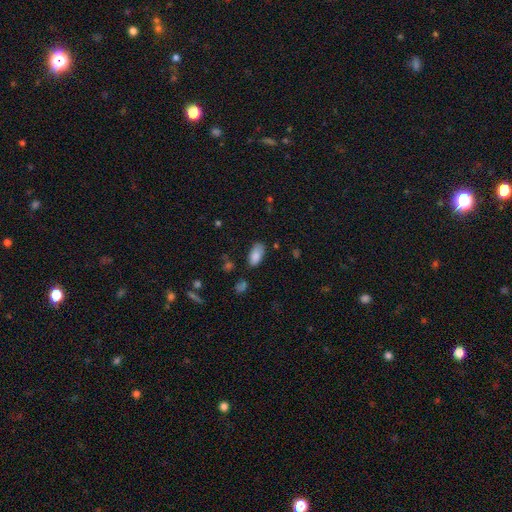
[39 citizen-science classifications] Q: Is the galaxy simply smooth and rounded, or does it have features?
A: smooth — 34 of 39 (87%).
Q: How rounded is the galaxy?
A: in between — 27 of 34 (79%).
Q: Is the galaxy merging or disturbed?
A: none — 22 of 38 (58%).